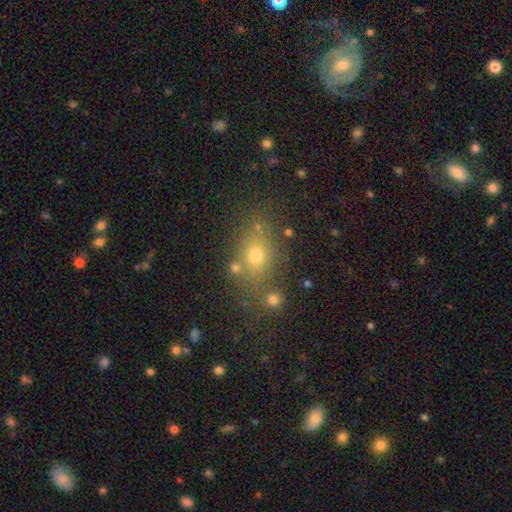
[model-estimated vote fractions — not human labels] Morphology: type=smooth (66%); roundness=in between (61%); merging=none (68%).